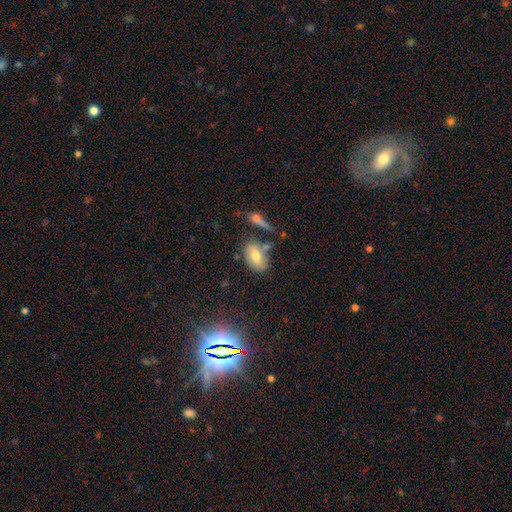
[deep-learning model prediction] Smooth or featured? Predicted: smooth (p=0.68). How rounded? Predicted: in between (p=0.89). Merging? Predicted: none (p=0.60).